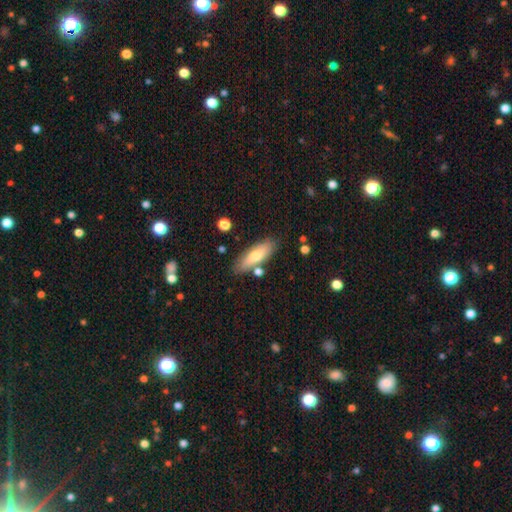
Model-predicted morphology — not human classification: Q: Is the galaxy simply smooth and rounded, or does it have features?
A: smooth — 67%.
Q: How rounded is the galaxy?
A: in between — 52%.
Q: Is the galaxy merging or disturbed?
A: none — 78%.